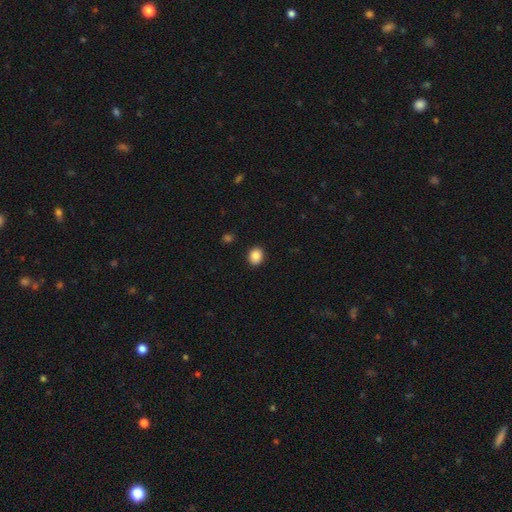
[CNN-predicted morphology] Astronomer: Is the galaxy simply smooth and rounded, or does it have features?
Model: smooth — 86%.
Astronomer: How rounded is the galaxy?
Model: round — 59% (runner-up: in between, 40%).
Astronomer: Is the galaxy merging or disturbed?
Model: none — 91%.